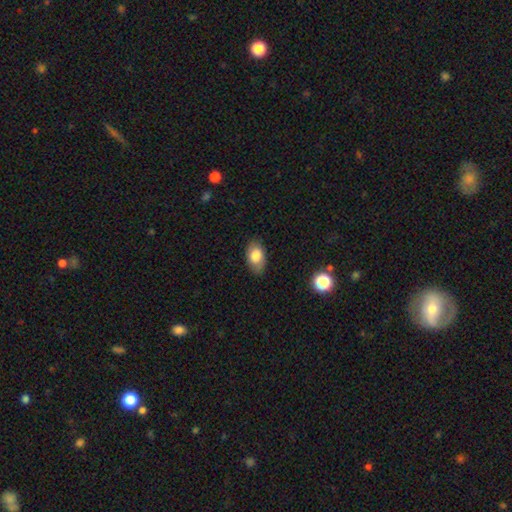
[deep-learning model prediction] This appears to be a smooth galaxy with no disk features (77%) that is in between round and cigar-shaped (90%). Merging: none (81%).